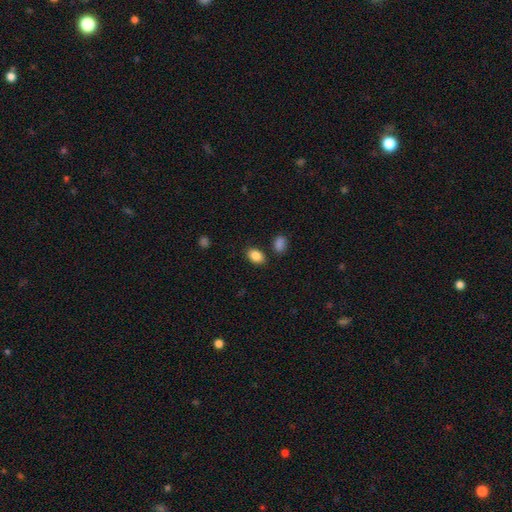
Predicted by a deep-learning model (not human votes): Smooth or featured? smooth (87%)
How rounded? in between (84%)
Merging? none (82%)